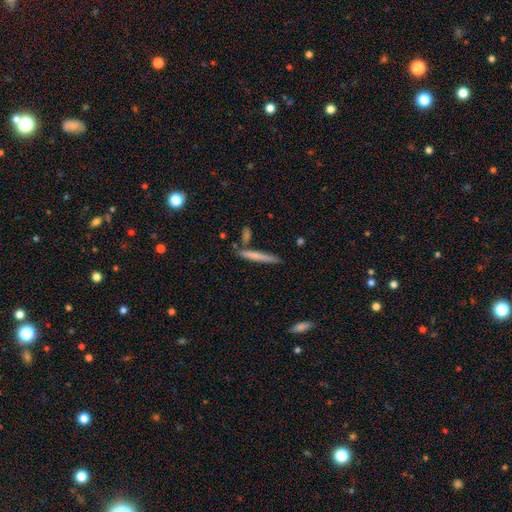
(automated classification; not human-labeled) Smooth or featured?
  - smooth: 67% *
  - featured or disk: 27%
  - star or artifact: 6%
How rounded?
  - cigar-shaped: 95% *
  - in between: 3%
  - round: 1%
Merging?
  - none: 80% *
  - minor disturbance: 11%
  - merger: 7%
  - major disturbance: 2%